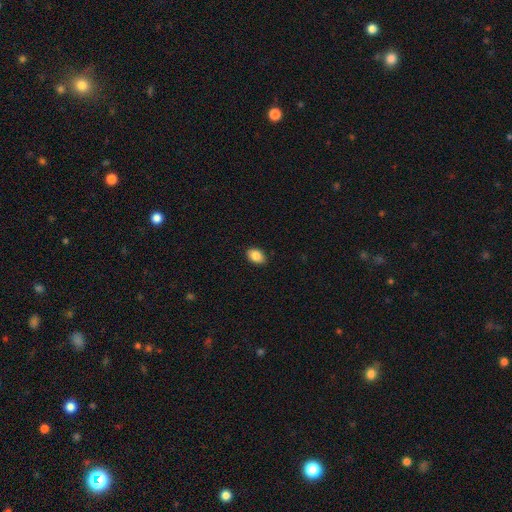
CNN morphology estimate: This appears to be a smooth galaxy with no disk features (87%) that is in between round and cigar-shaped (83%). Merging: none (88%).